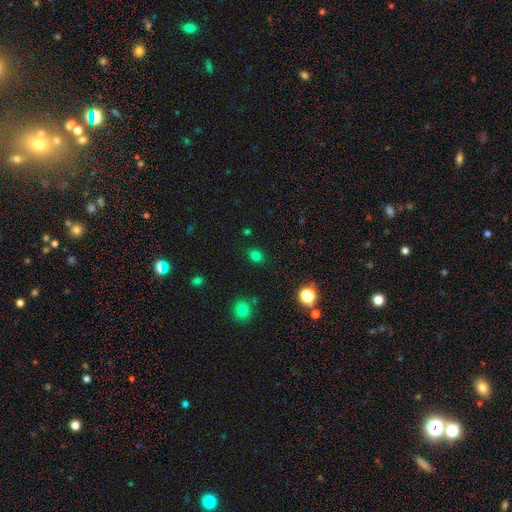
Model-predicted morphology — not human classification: Q: Smooth or featured?
A: smooth (77%); runner-up: star or artifact (19%)
Q: How rounded?
A: round (53%); runner-up: in between (46%)
Q: Merging?
A: none (85%); runner-up: minor disturbance (9%)